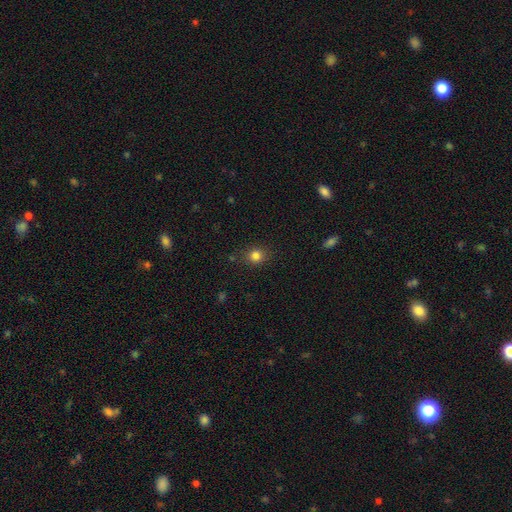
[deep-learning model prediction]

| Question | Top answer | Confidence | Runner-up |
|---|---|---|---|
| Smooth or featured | smooth | 82% | star or artifact (13%) |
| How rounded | round | 78% | in between (21%) |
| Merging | none | 85% | minor disturbance (11%) |